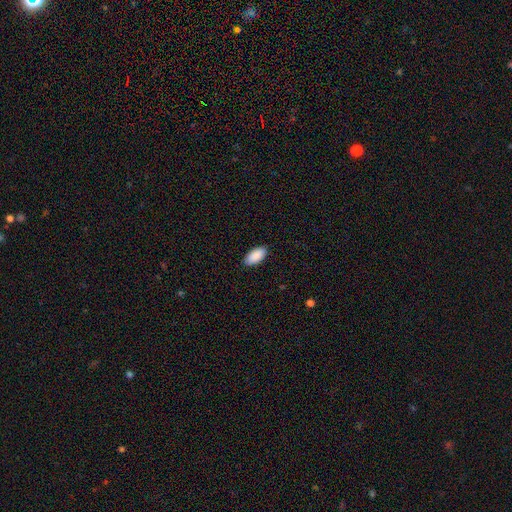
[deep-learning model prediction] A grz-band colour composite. It shows a smooth galaxy with no disk features (91%) that is in between round and cigar-shaped (94%). Merging: none (90%).